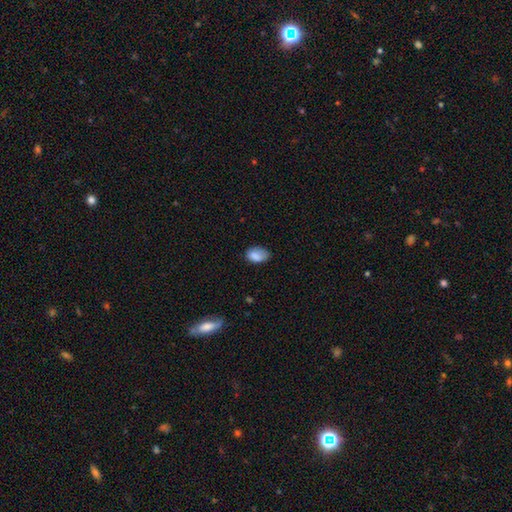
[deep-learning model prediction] The model was most divided on "merging": none: 59%, minor disturbance: 32%, major disturbance: 8%, merger: 2%. More confident: how rounded — in between (88%); smooth or featured — smooth (84%).